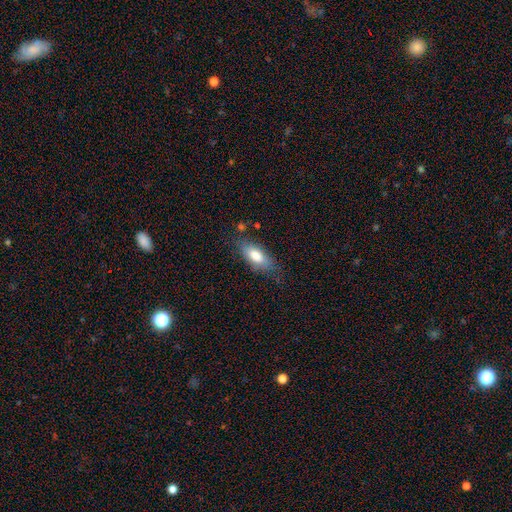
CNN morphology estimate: Smooth or featured? Predicted: smooth (p=0.77). How rounded? Predicted: in between (p=0.78). Merging? Predicted: none (p=0.72).